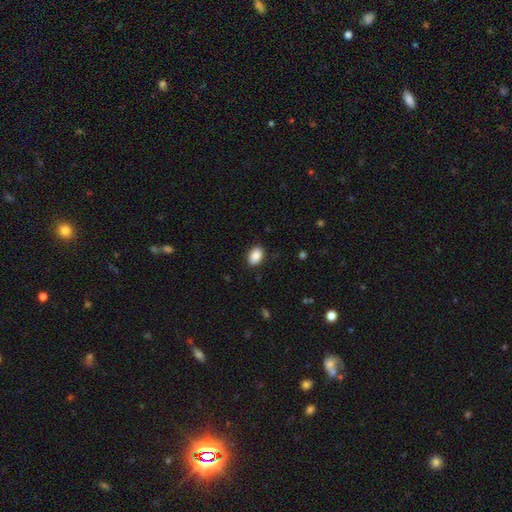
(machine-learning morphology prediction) The model was most divided on "how rounded": in between: 86%, round: 13%, cigar-shaped: 1%. More confident: smooth or featured — smooth (89%); merging — none (88%).